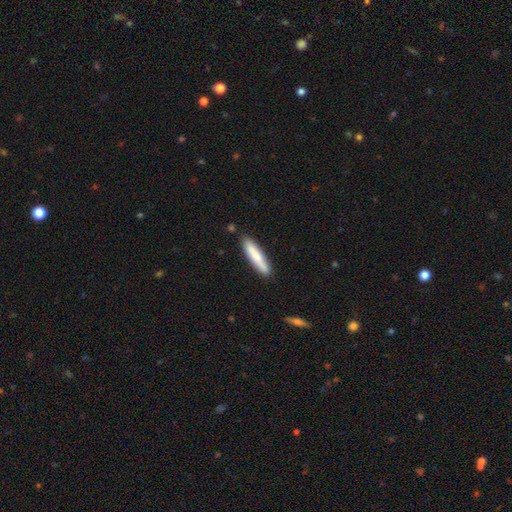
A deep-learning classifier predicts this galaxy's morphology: Overall: smooth (78%). How rounded: cigar-shaped (86%). Merging: none (84%).